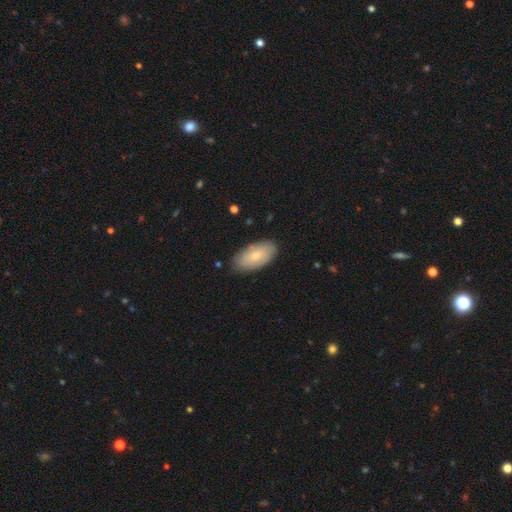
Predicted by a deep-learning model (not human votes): smooth 72%, featured or disk 23%, star or artifact 6%. Down the decision tree: how rounded — in between (94%); merging — none (83%).